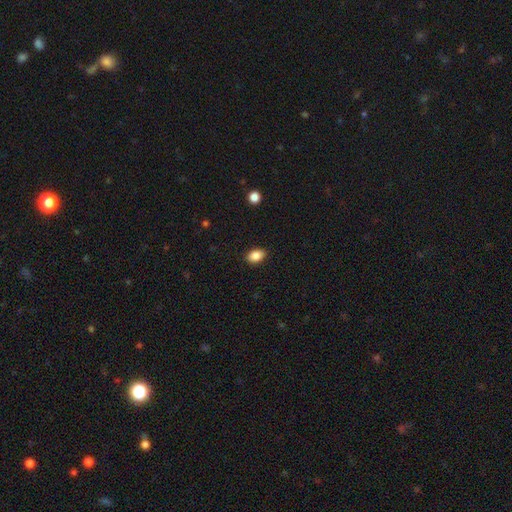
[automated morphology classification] Overall: smooth (87%). How rounded: in between (86%). Merging: none (88%).